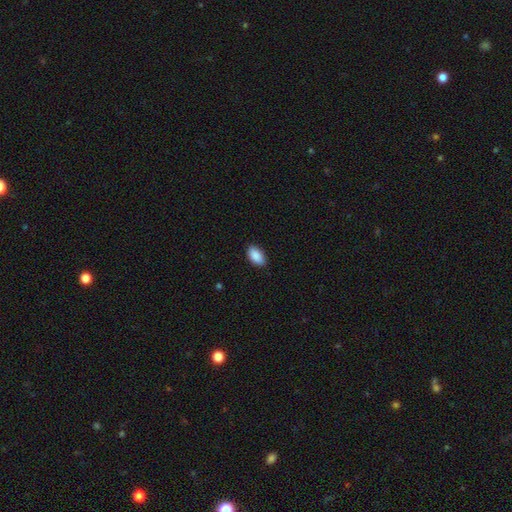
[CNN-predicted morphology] A smooth galaxy with no disk features (90%) that is in between round and cigar-shaped (94%).

Vote fractions:
- Smooth or featured? smooth: 90% / star or artifact: 7% / featured or disk: 3%
- How rounded? in between: 94% / round: 3% / cigar-shaped: 3%
- Merging? none: 87% / minor disturbance: 10% / major disturbance: 2% / merger: 1%